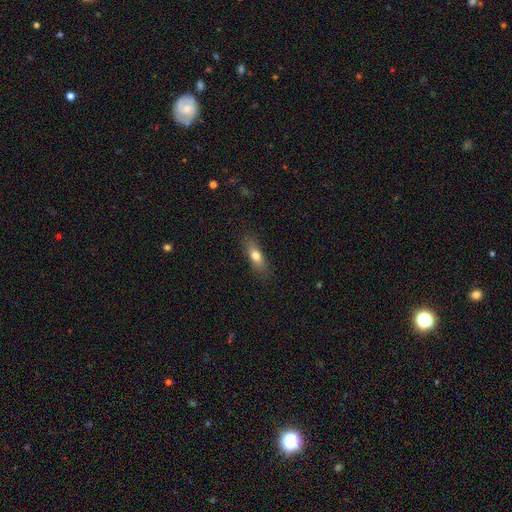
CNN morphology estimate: The model was most divided on "how rounded": in between: 60%, cigar-shaped: 36%, round: 4%. More confident: merging — none (84%); smooth or featured — smooth (73%).